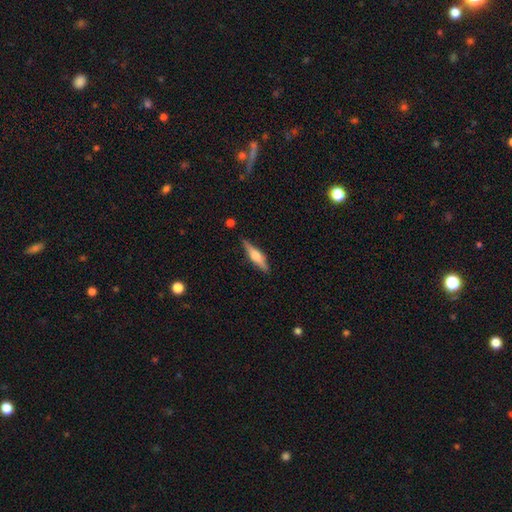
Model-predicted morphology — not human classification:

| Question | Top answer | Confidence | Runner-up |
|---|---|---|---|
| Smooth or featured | featured or disk | 62% | smooth (32%) |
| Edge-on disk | yes | 97% | no (3%) |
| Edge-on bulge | rounded | 86% | boxy (11%) |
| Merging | none | 86% | minor disturbance (10%) |